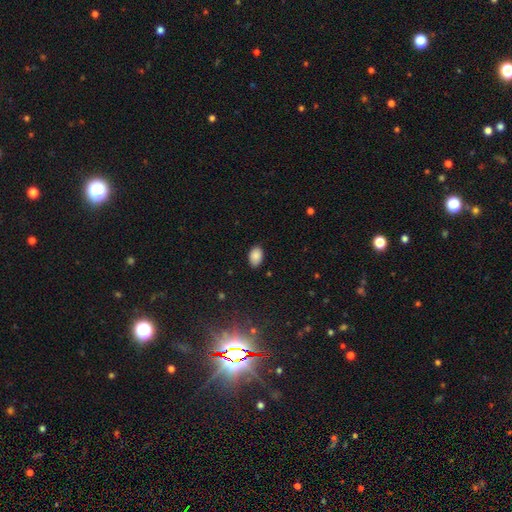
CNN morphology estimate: The model was most divided on "merging": none: 84%, minor disturbance: 13%, major disturbance: 2%, merger: 1%. More confident: how rounded — in between (89%); smooth or featured — smooth (87%).